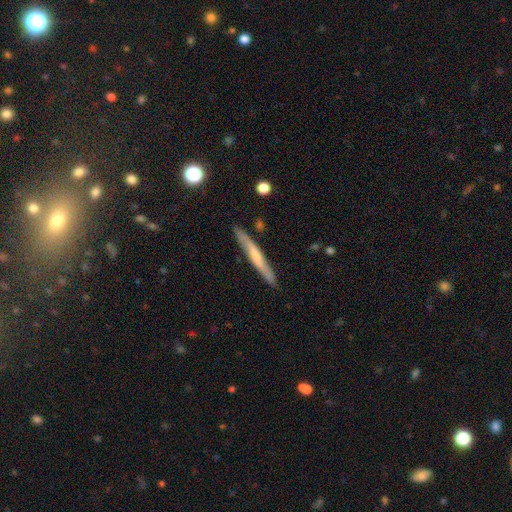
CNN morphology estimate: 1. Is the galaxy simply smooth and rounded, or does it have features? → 48% featured or disk, 46% smooth, 6% star or artifact.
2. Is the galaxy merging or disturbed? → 86% none, 11% minor disturbance, 2% major disturbance, 2% merger.